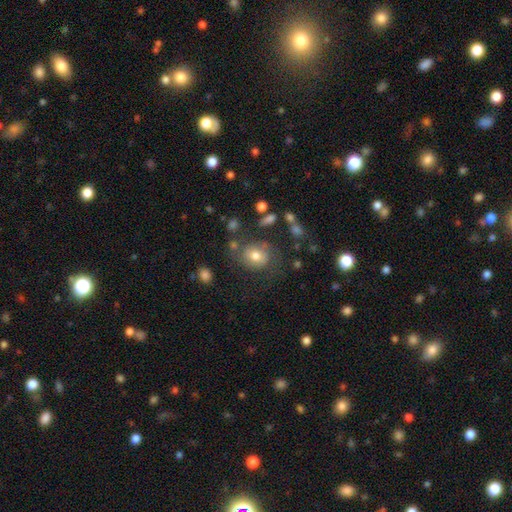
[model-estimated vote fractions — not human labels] smooth-or-featured: smooth: 69% | featured or disk: 19% | star or artifact: 12%
  how-rounded: round: 60% | in between: 39% | cigar-shaped: 1%
  merging: none: 64% | minor disturbance: 19% | major disturbance: 12% | merger: 5%